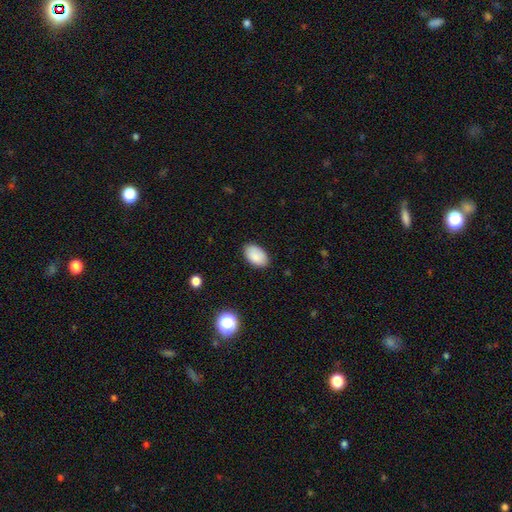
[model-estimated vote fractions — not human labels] Morphology: type=smooth (88%); roundness=in between (93%); merging=none (86%).